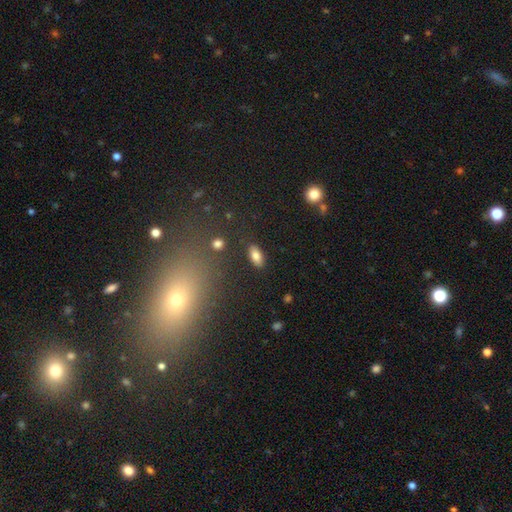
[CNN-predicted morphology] This is clearly a smooth galaxy (82%). How rounded: clearly in between (89%). Merging: clearly none (86%).